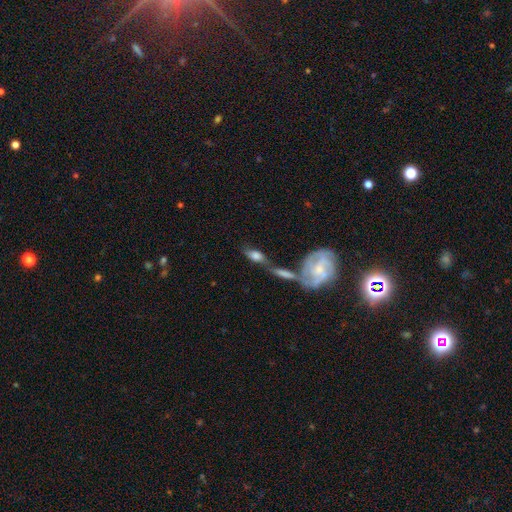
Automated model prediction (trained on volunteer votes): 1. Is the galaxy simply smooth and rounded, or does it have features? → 53% smooth, 39% featured or disk, 8% star or artifact.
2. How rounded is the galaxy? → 72% in between, 23% cigar-shaped, 6% round.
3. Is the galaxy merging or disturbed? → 41% merger, 33% none, 16% minor disturbance, 10% major disturbance.